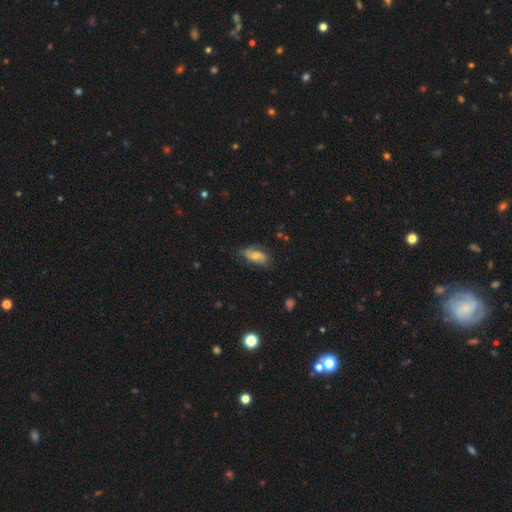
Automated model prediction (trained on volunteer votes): Smooth or featured? Predicted: featured or disk (p=0.47). Merging? Predicted: none (p=0.67).